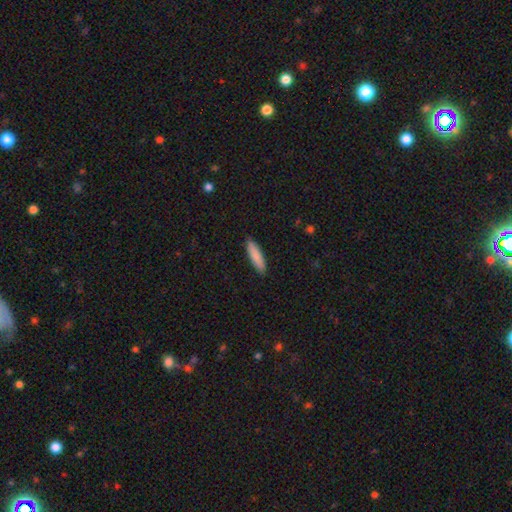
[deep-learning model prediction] Q: Smooth or featured?
A: smooth (87%); runner-up: featured or disk (8%)
Q: How rounded?
A: cigar-shaped (70%); runner-up: in between (28%)
Q: Merging?
A: none (90%); runner-up: minor disturbance (8%)